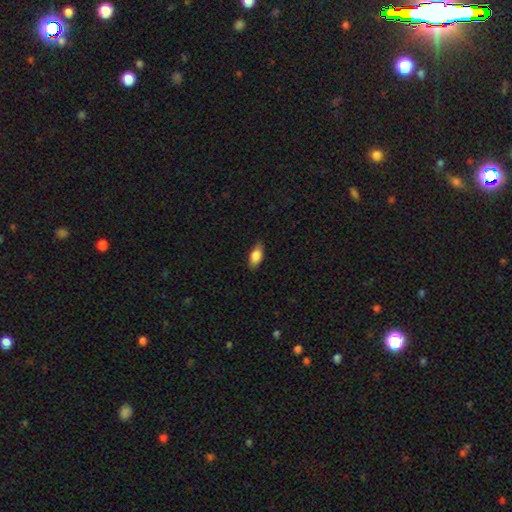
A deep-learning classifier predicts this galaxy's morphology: Smooth or featured?
  - smooth: 85% *
  - featured or disk: 9%
  - star or artifact: 7%
How rounded?
  - in between: 88% *
  - cigar-shaped: 9%
  - round: 4%
Merging?
  - none: 80% *
  - minor disturbance: 16%
  - major disturbance: 3%
  - merger: 1%